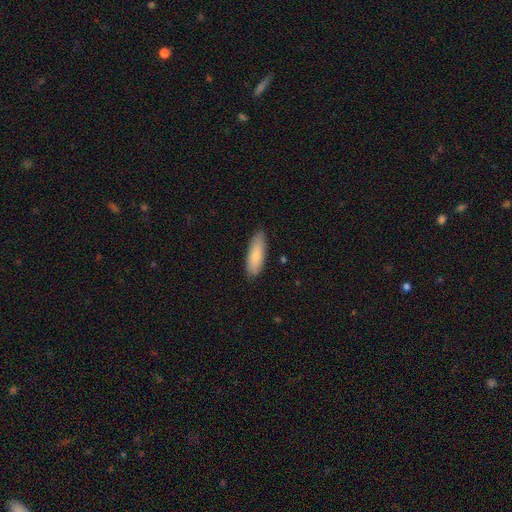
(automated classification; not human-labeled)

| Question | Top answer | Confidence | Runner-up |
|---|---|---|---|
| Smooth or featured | smooth | 79% | featured or disk (15%) |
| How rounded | in between | 55% | cigar-shaped (43%) |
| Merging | none | 85% | minor disturbance (12%) |